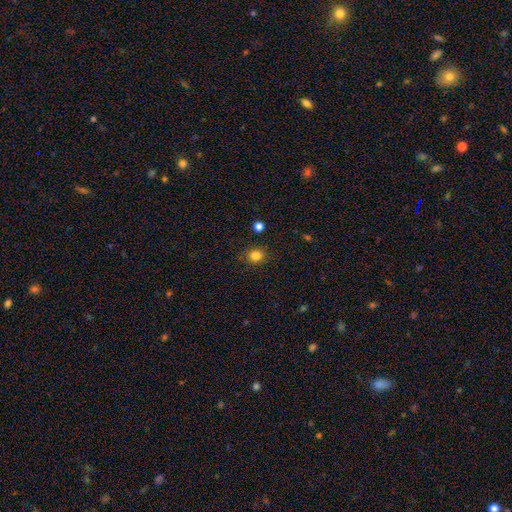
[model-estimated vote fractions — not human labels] Smooth or featured: smooth — 82% (star or artifact — 12%)
How rounded: round — 79% (in between — 20%)
Merging: none — 82% (minor disturbance — 12%)